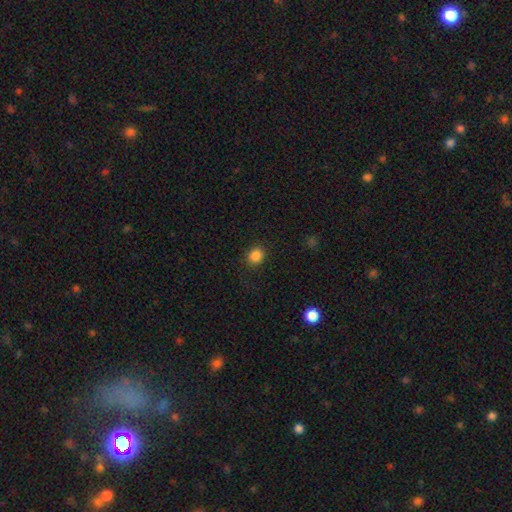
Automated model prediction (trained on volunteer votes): Q: Smooth or featured?
A: smooth (85%); runner-up: star or artifact (11%)
Q: How rounded?
A: round (81%); runner-up: in between (18%)
Q: Merging?
A: none (89%); runner-up: minor disturbance (8%)